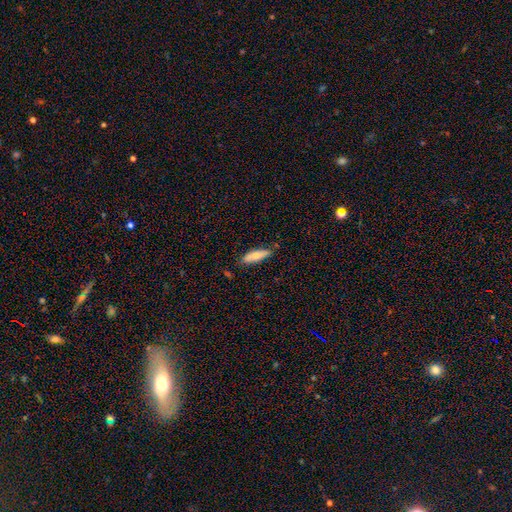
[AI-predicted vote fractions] Overall: smooth (71%). How rounded: in between (49%, tied with cigar-shaped). Merging: none (78%).